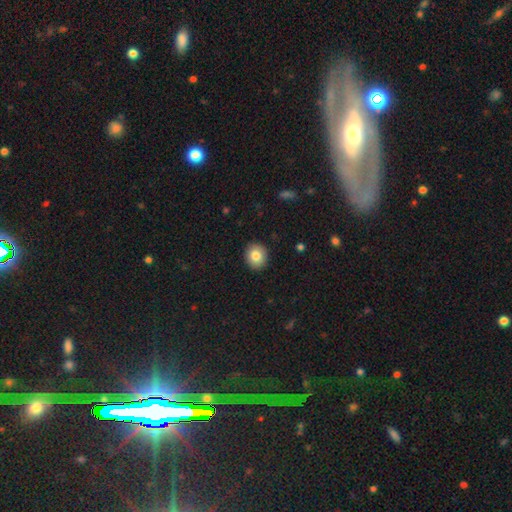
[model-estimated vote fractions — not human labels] This appears to be a smooth galaxy with no disk features (83%) that is round (80%). Merging: none (91%).